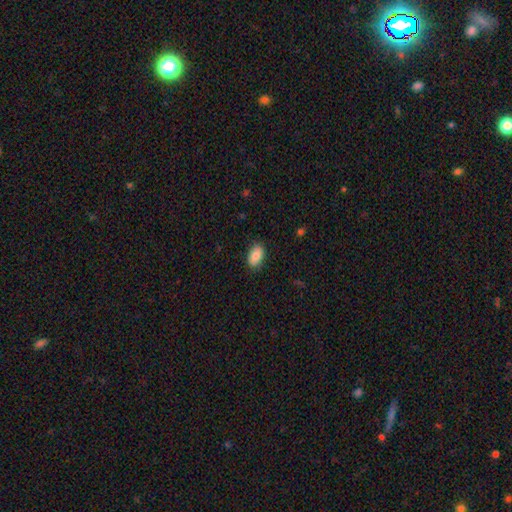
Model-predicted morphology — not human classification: This is clearly a smooth galaxy (83%). How rounded: clearly in between (91%). Merging: clearly none (85%).